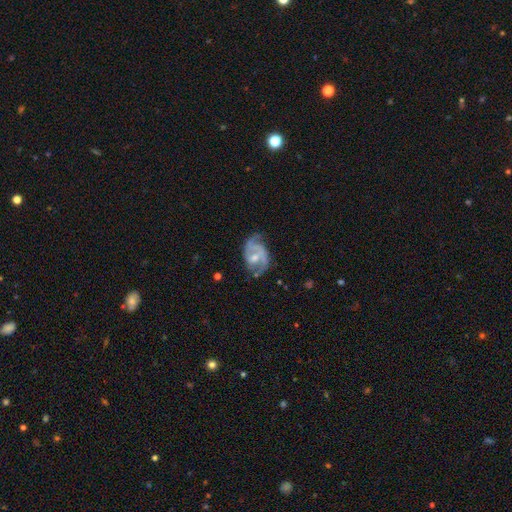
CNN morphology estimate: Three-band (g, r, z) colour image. It shows a featured or disk galaxy (82%) with a weak bar (54%), 2 (79%) medium (50%) spiral arms (92%) and a moderate central bulge (47%). Merging: none (58%).